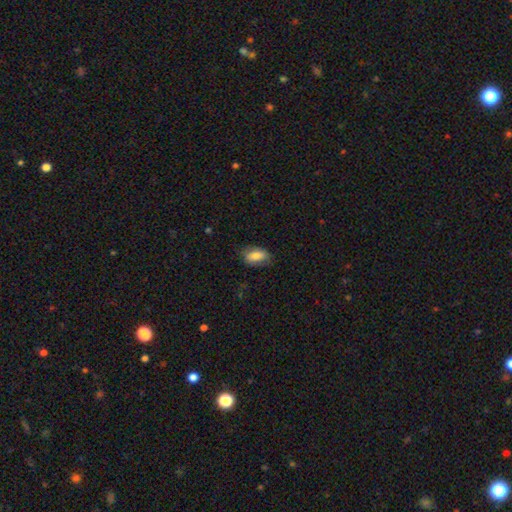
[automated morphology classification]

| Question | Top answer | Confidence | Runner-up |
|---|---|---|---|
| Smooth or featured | smooth | 76% | featured or disk (17%) |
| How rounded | in between | 89% | round (7%) |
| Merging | none | 73% | minor disturbance (21%) |